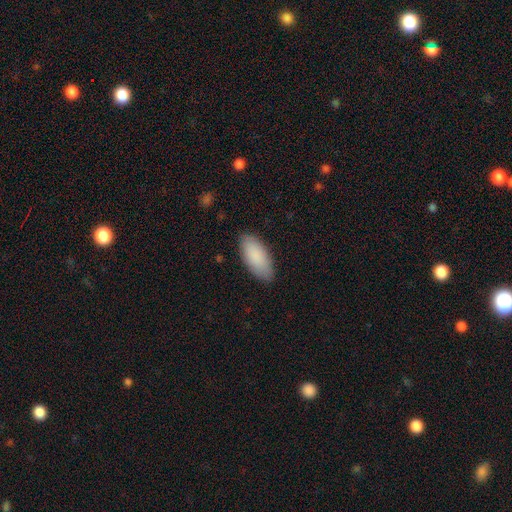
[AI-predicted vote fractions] A smooth galaxy with no disk features (88%) that is in between round and cigar-shaped (89%).

Vote fractions:
- Smooth or featured? smooth: 88% / featured or disk: 6% / star or artifact: 6%
- How rounded? in between: 89% / cigar-shaped: 9% / round: 2%
- Merging? none: 86% / minor disturbance: 11% / major disturbance: 2% / merger: 1%